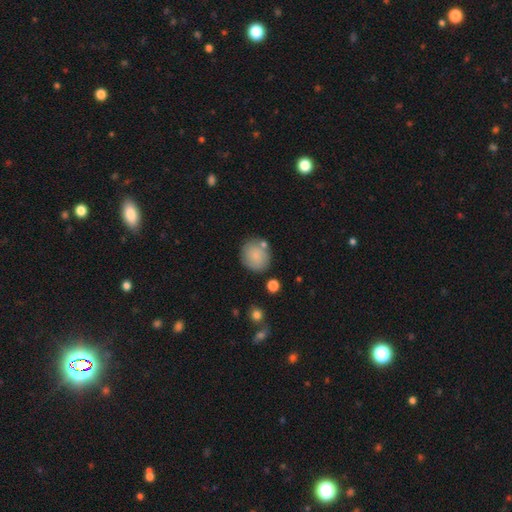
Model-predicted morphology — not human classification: This is clearly a smooth galaxy (85%). How rounded: clearly round (83%). Merging: likely none (73%).